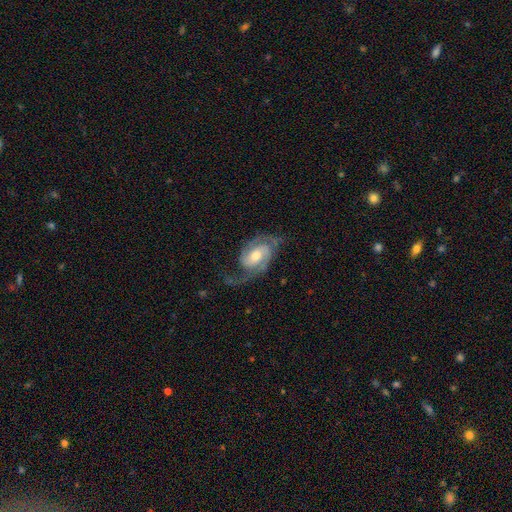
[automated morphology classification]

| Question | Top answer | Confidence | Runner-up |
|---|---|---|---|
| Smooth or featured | featured or disk | 88% | smooth (8%) |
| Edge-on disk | no | 97% | yes (3%) |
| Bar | no | 48% | weak (40%) |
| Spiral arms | yes | 97% | no (3%) |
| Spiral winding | medium | 48% | tight (31%) |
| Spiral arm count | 2 | 85% | can't tell (4%) |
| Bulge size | moderate | 67% | small (20%) |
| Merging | none | 65% | minor disturbance (18%) |